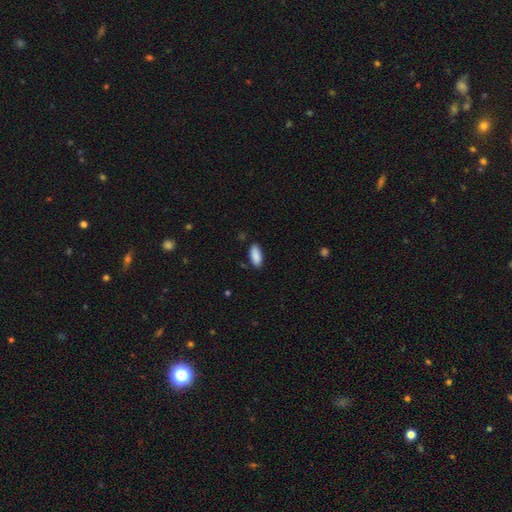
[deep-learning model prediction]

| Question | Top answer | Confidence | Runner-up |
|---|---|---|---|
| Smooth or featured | smooth | 90% | star or artifact (6%) |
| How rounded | in between | 86% | cigar-shaped (13%) |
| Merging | none | 85% | minor disturbance (11%) |